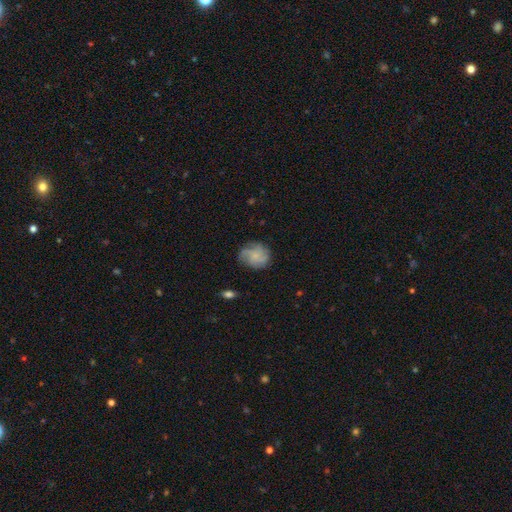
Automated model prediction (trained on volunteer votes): A smooth galaxy with no disk features (46%).

Vote fractions:
- Smooth or featured? smooth: 46% / featured or disk: 45% / star or artifact: 9%
- Merging? none: 70% / minor disturbance: 20% / major disturbance: 8% / merger: 2%